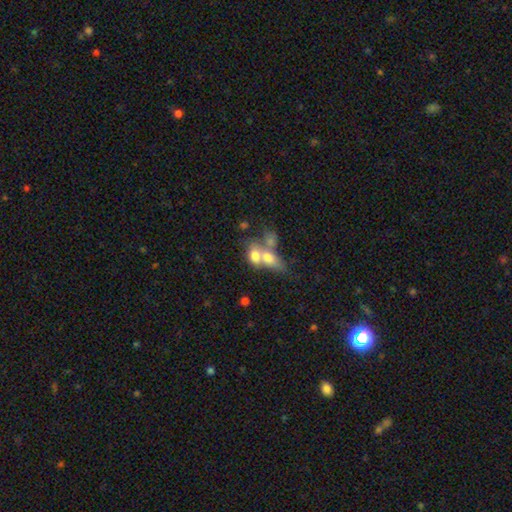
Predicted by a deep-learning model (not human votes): Smooth or featured?
  - smooth: 67% *
  - featured or disk: 24%
  - star or artifact: 10%
How rounded?
  - in between: 77% *
  - round: 18%
  - cigar-shaped: 5%
Merging?
  - merger: 70% *
  - none: 17%
  - minor disturbance: 7%
  - major disturbance: 7%